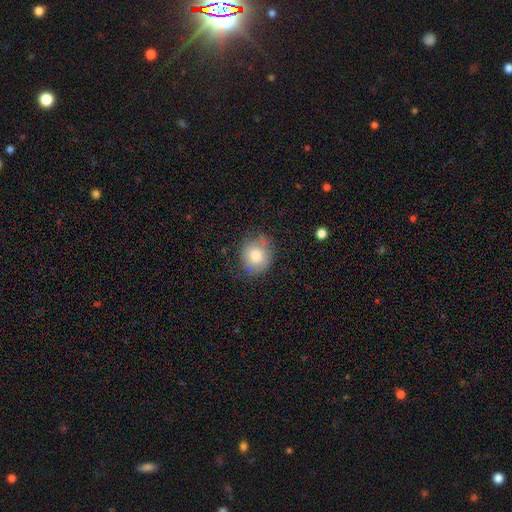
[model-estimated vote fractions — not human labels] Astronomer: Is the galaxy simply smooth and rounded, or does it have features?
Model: smooth — 74%.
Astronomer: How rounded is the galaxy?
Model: round — 80%.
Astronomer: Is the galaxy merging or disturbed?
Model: none — 68%.